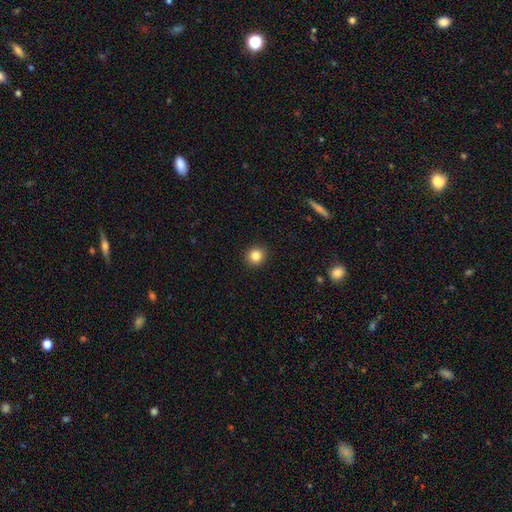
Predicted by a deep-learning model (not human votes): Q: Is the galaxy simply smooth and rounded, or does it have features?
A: smooth — 84%.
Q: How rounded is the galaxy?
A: round — 91%.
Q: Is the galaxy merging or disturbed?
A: none — 92%.